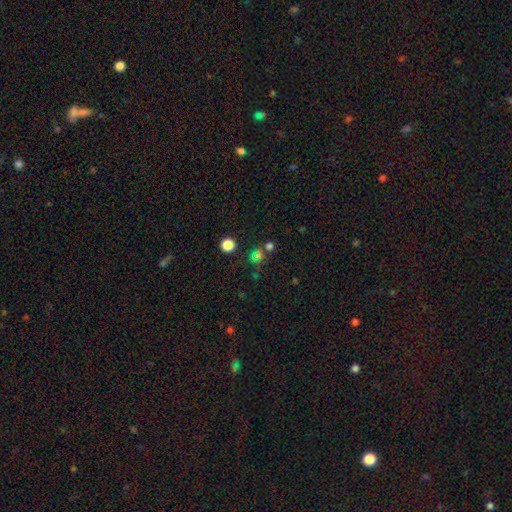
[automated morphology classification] Overall: smooth (48%; star or artifact 41%). Merging: none (68%).